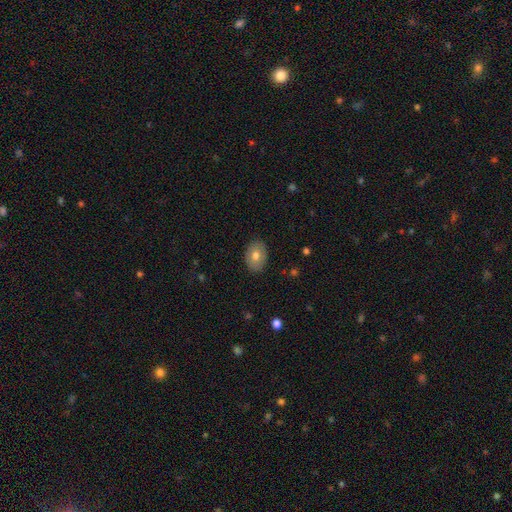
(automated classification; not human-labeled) Smooth or featured? smooth (72%)
How rounded? in between (79%)
Merging? none (87%)